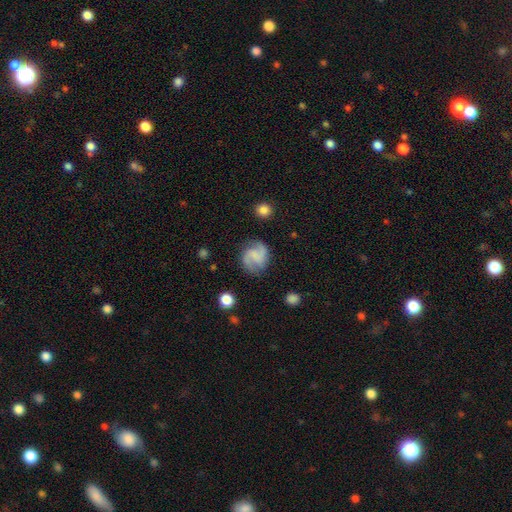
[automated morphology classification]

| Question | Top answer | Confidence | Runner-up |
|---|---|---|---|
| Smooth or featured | featured or disk | 69% | smooth (23%) |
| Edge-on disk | no | 98% | yes (2%) |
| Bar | weak | 44% | no (42%) |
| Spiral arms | yes | 95% | no (5%) |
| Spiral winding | medium | 46% | loose (36%) |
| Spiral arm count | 2 | 89% | can't tell (4%) |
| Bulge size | none | 52% | small (31%) |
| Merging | none | 75% | minor disturbance (16%) |